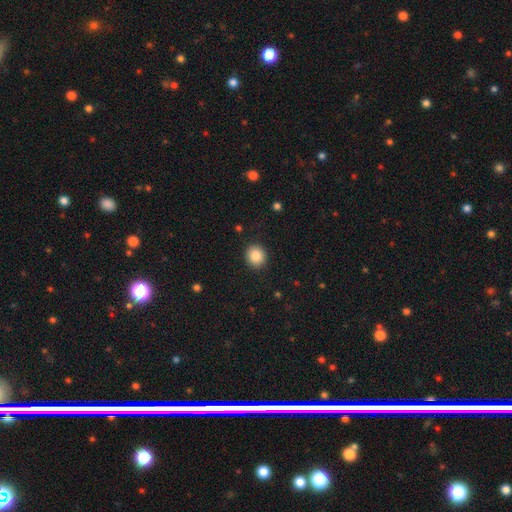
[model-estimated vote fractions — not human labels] Smooth or featured? Predicted: smooth (p=0.87). How rounded? Predicted: round (p=0.82). Merging? Predicted: none (p=0.90).